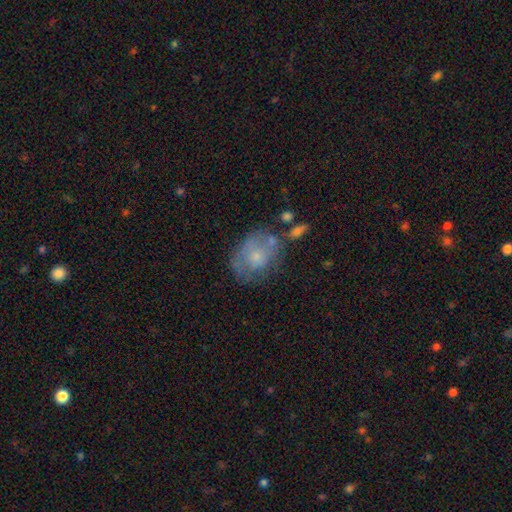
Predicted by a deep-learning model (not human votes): The model was most divided on "how rounded": in between: 57%, round: 42%, cigar-shaped: 1%. Remaining: smooth or featured — smooth (55%); merging — none (46%).